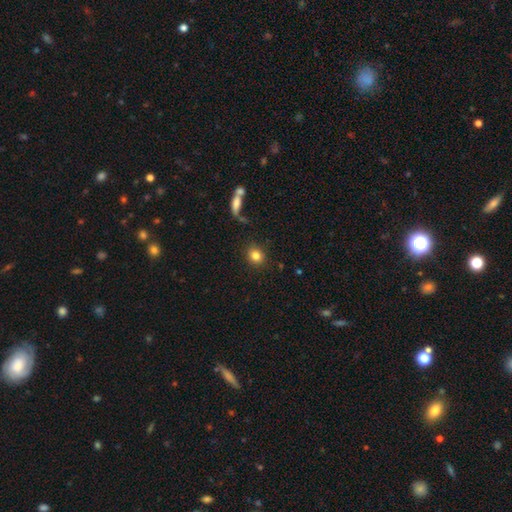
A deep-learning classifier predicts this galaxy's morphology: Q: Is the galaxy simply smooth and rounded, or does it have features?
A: smooth — 83%.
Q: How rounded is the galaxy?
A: round — 81%.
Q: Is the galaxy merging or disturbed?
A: none — 87%.